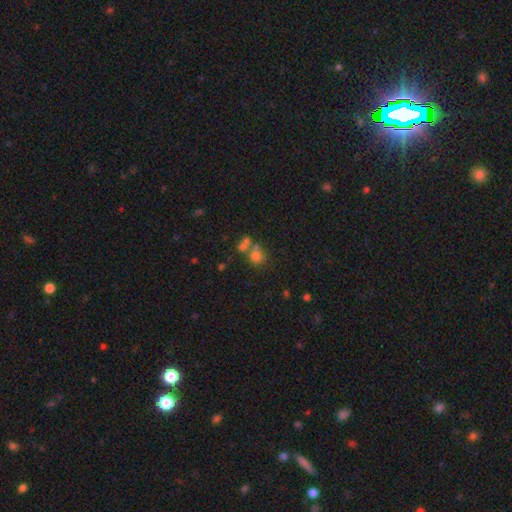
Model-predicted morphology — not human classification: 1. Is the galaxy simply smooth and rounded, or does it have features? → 67% smooth, 18% star or artifact, 15% featured or disk.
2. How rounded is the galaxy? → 82% round, 17% in between, 1% cigar-shaped.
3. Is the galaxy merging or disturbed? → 47% none, 39% merger, 9% minor disturbance, 5% major disturbance.